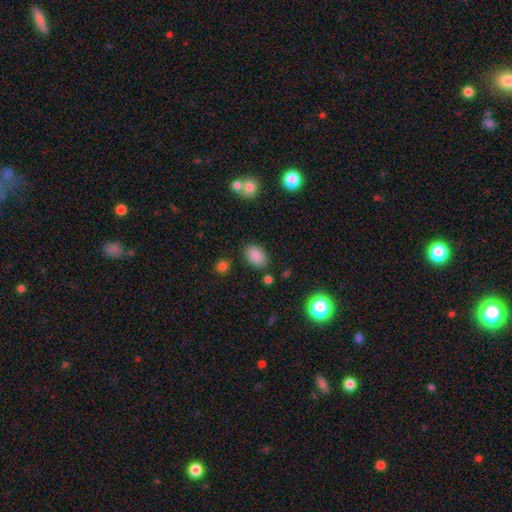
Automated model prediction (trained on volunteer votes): Q: Smooth or featured?
A: smooth (86%); runner-up: star or artifact (9%)
Q: How rounded?
A: in between (87%); runner-up: round (12%)
Q: Merging?
A: none (81%); runner-up: minor disturbance (12%)